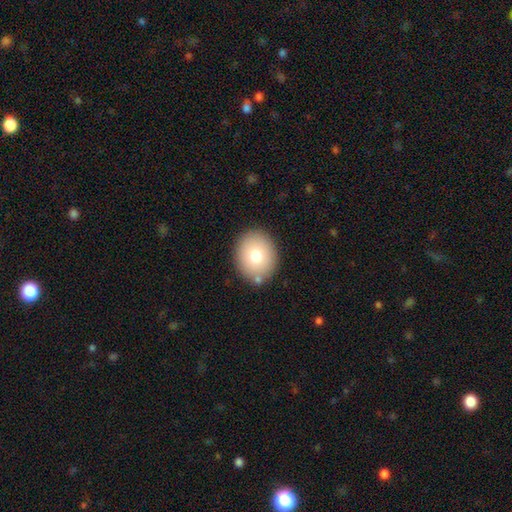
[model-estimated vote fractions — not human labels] Q: Smooth or featured?
A: smooth (75%); runner-up: featured or disk (15%)
Q: How rounded?
A: round (60%); runner-up: in between (39%)
Q: Merging?
A: none (84%); runner-up: minor disturbance (10%)